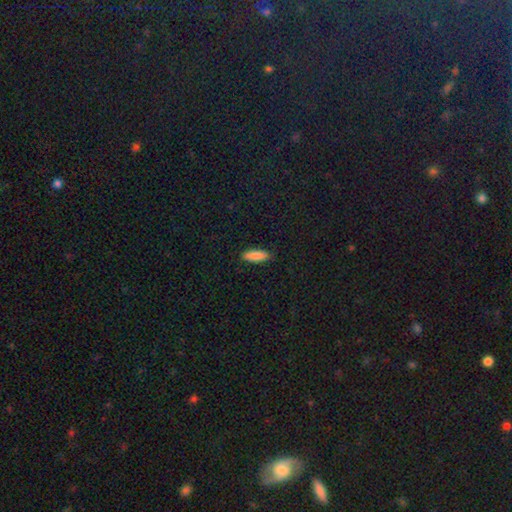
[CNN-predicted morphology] This is clearly a smooth galaxy (87%). How rounded: possibly in between (57%). Merging: clearly none (88%).